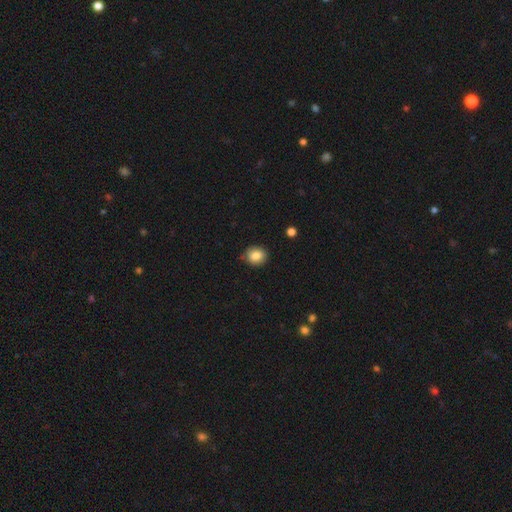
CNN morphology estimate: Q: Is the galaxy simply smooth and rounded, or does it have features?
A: smooth — 85%.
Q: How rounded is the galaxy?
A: round — 77%.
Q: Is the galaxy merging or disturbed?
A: none — 84%.